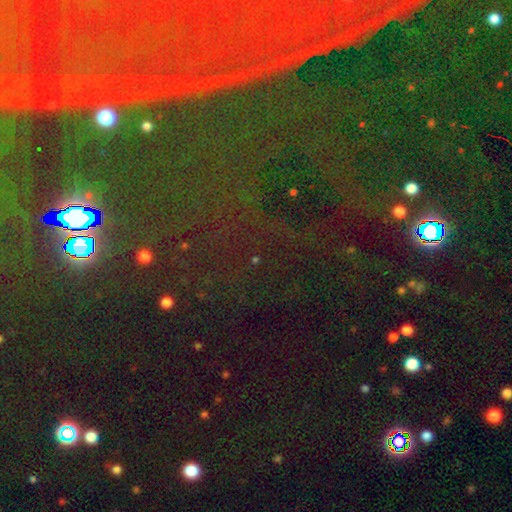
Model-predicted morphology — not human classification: A star or artifact, not a galaxy (81%).